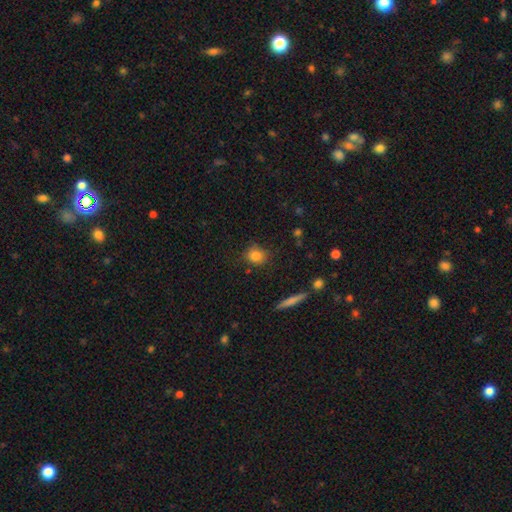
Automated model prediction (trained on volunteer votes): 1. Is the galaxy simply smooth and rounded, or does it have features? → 84% smooth, 10% star or artifact, 6% featured or disk.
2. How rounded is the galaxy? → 72% round, 25% in between, 2% cigar-shaped.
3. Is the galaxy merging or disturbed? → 80% none, 14% minor disturbance, 4% major disturbance, 3% merger.